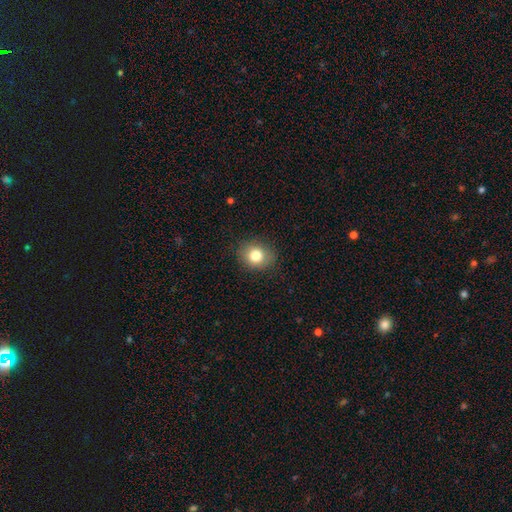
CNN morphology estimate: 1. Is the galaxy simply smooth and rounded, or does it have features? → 81% smooth, 10% star or artifact, 9% featured or disk.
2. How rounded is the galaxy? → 69% round, 30% in between, 1% cigar-shaped.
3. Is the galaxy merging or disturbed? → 87% none, 10% minor disturbance, 3% major disturbance, 1% merger.